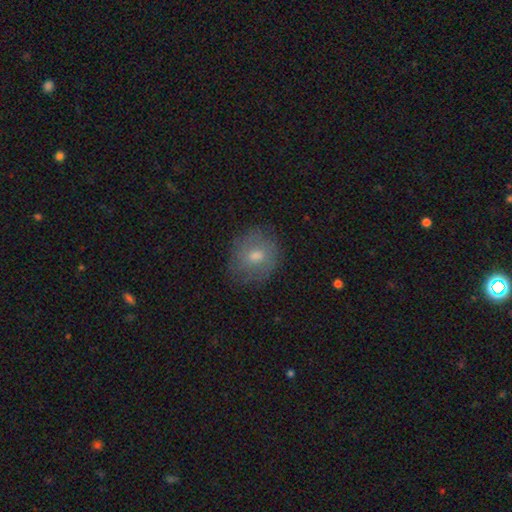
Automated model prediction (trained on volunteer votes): Morphology: type=smooth (62%); roundness=round (72%); merging=none (77%).